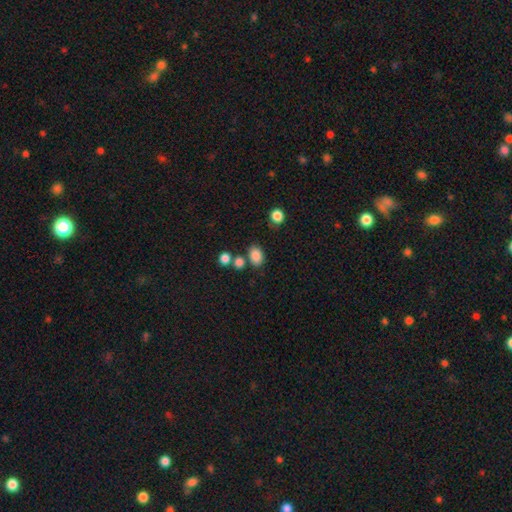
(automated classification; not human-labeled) The model was most divided on "how rounded": in between: 72%, round: 27%, cigar-shaped: 1%. More confident: smooth or featured — smooth (84%); merging — none (71%).